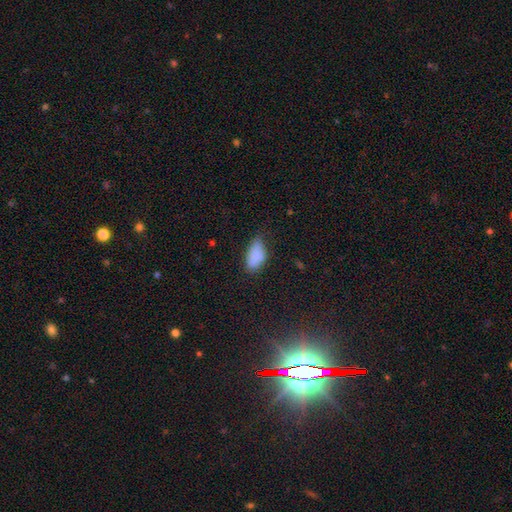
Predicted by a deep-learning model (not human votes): The model was most divided on "merging": none: 49%, minor disturbance: 37%, major disturbance: 11%, merger: 3%. More confident: how rounded — in between (91%); smooth or featured — smooth (83%).